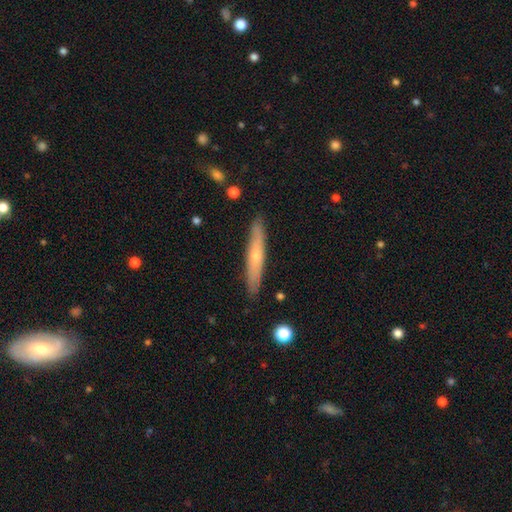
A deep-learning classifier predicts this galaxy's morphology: Smooth or featured?
  - featured or disk: 48% *
  - smooth: 46%
  - star or artifact: 6%
Merging?
  - none: 88% *
  - minor disturbance: 9%
  - major disturbance: 2%
  - merger: 1%